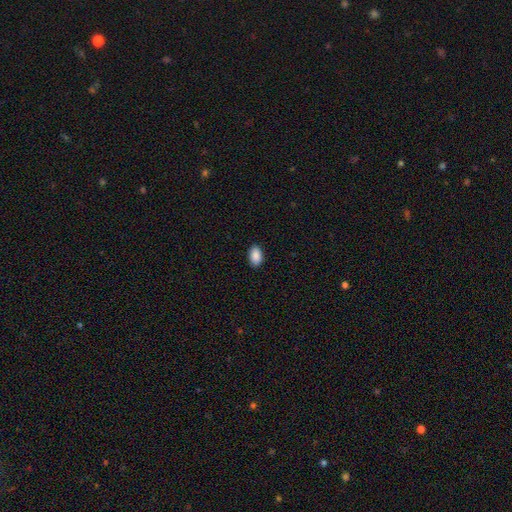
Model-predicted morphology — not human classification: smooth 90%, star or artifact 7%, featured or disk 3%. Down the decision tree: how rounded — in between (92%); merging — none (89%).